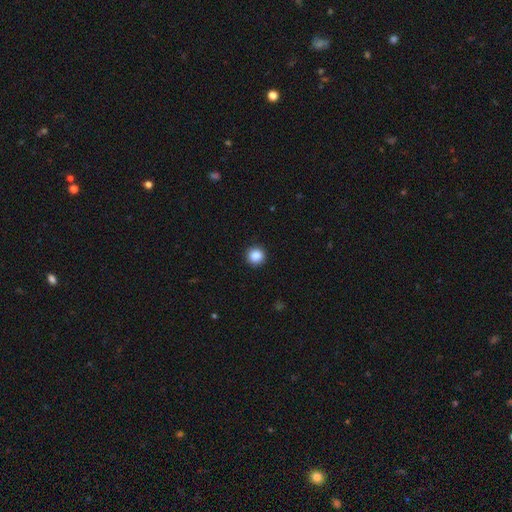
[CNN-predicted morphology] Smooth or featured? smooth (87%)
How rounded? round (94%)
Merging? none (92%)